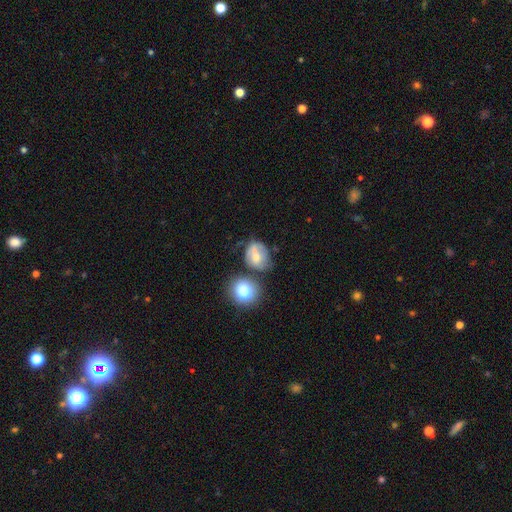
smooth_or_featured: smooth (p=0.63) [alt: featured or disk p=0.34]
how_rounded: round (p=0.54) [alt: in between p=0.46]
merging: merger (p=0.38) [alt: none p=0.27]